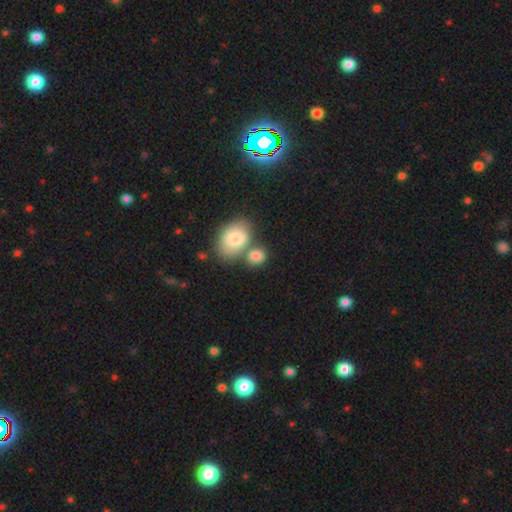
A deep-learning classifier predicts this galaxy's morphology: smooth_or_featured: smooth (p=0.82) [alt: featured or disk p=0.11]
how_rounded: in between (p=0.58) [alt: round p=0.40]
merging: none (p=0.44) [alt: merger p=0.39]